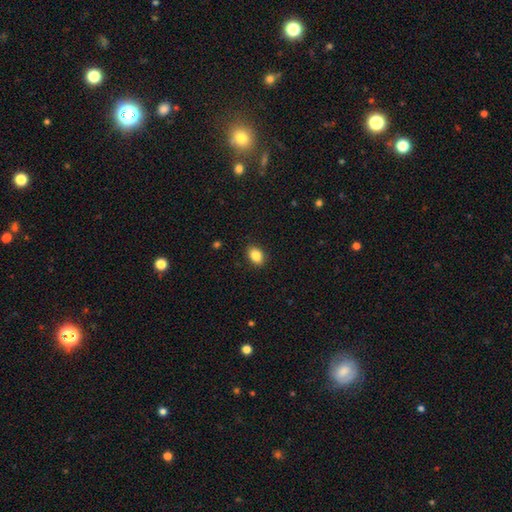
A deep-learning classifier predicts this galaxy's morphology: Smooth or featured? smooth (86%)
How rounded? in between (80%)
Merging? none (89%)